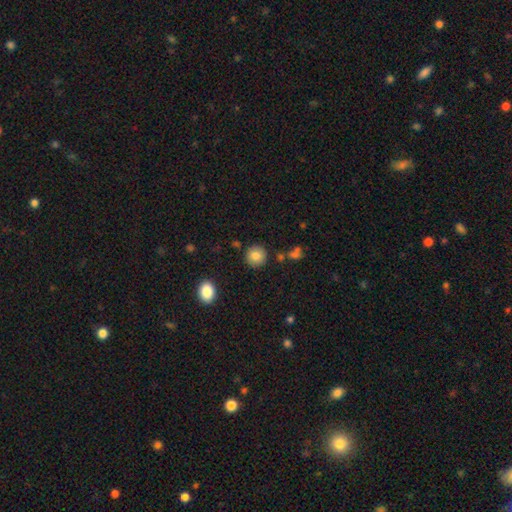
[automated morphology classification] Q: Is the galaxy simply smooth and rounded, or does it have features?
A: smooth — 84%.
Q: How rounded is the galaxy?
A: round — 92%.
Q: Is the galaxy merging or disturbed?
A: none — 88%.